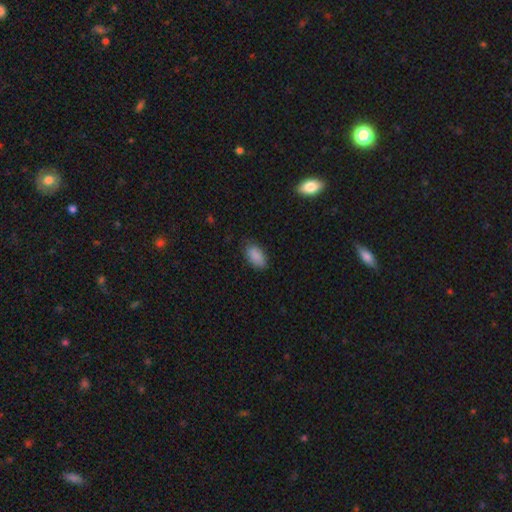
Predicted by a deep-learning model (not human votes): smooth 88%, star or artifact 8%, featured or disk 4%. Down the decision tree: how rounded — in between (93%); merging — none (77%).